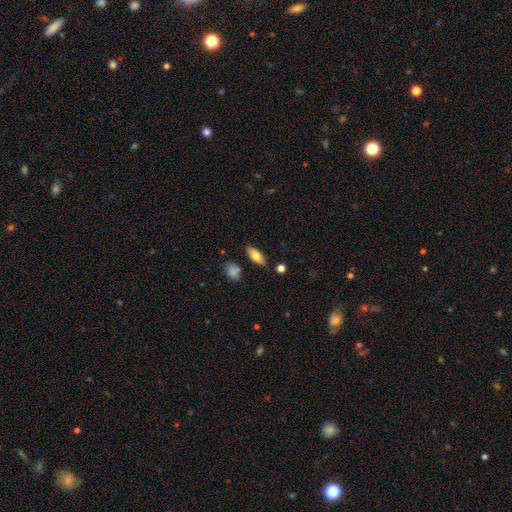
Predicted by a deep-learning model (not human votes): Smooth or featured? smooth (77%)
How rounded? in between (83%)
Merging? none (82%)